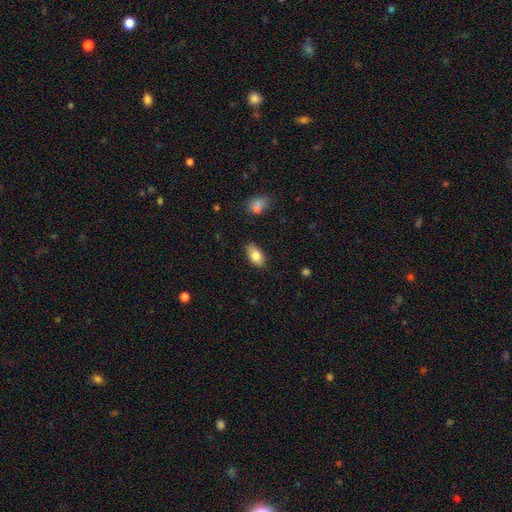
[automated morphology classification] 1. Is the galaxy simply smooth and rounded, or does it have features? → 81% smooth, 12% featured or disk, 7% star or artifact.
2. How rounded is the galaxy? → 92% in between, 5% round, 4% cigar-shaped.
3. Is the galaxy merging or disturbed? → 82% none, 14% minor disturbance, 2% major disturbance, 2% merger.